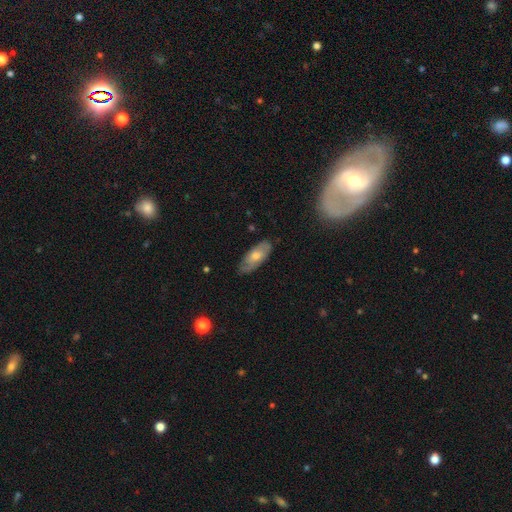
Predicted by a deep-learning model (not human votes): Morphology: type=featured or disk (49%); merging=none (77%).